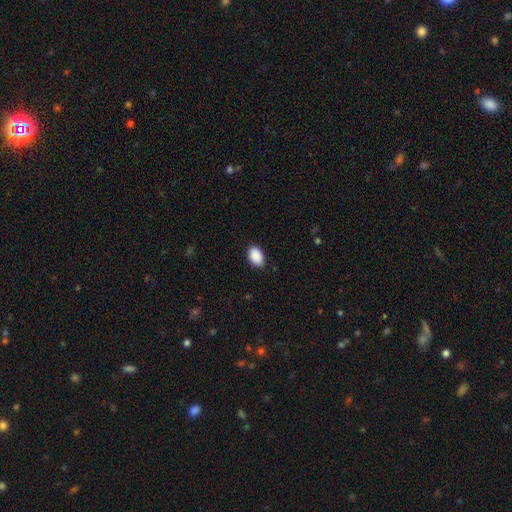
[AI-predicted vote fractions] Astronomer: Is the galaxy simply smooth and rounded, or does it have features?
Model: smooth — 91%.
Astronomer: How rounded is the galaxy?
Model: in between — 90%.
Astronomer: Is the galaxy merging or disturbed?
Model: none — 86%.